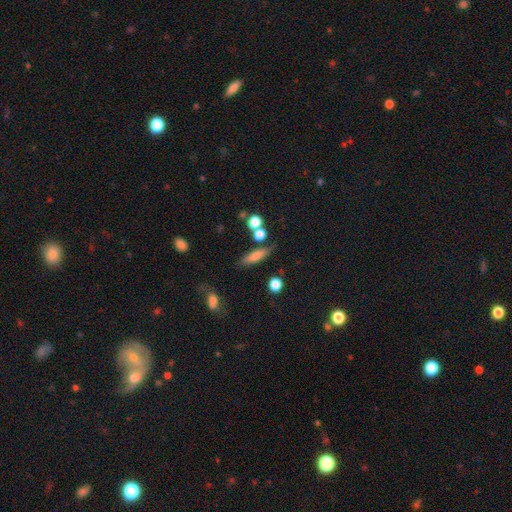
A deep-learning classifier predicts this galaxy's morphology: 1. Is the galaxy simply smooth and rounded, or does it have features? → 69% smooth, 21% featured or disk, 10% star or artifact.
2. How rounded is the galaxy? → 61% cigar-shaped, 33% in between, 7% round.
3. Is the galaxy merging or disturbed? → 71% none, 14% minor disturbance, 10% merger, 5% major disturbance.